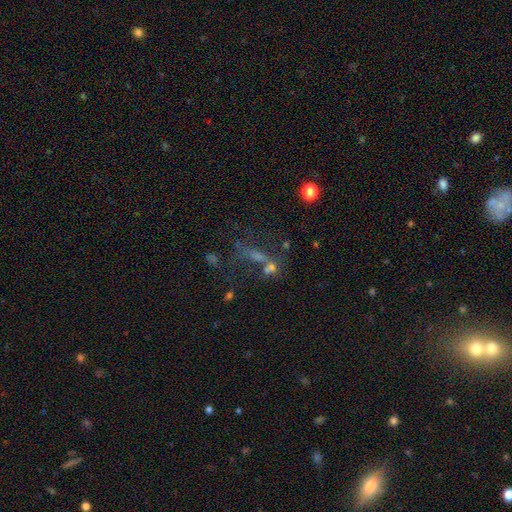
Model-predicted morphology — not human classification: smooth_or_featured: star or artifact (p=0.36) [alt: featured or disk p=0.33]